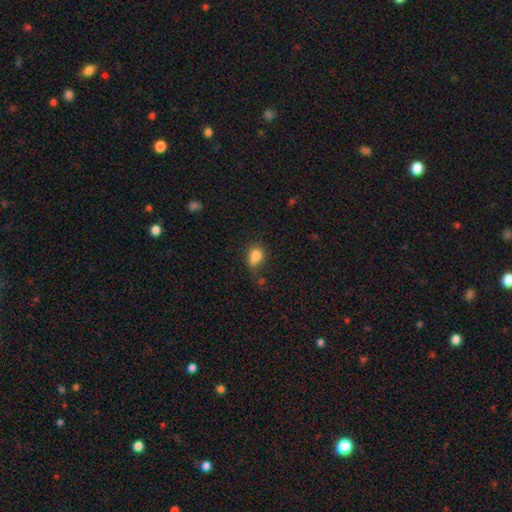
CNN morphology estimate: A smooth galaxy with no disk features (82%) that is in between round and cigar-shaped (54%). Merging: none (46%).